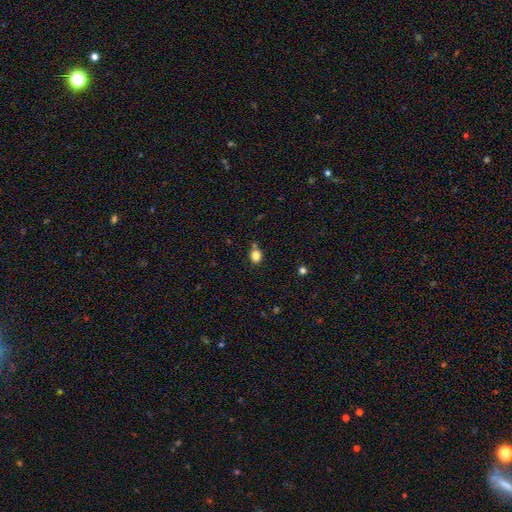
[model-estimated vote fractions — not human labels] A smooth galaxy with no disk features (82%) that is round (73%).

Vote fractions:
- Smooth or featured? smooth: 82% / star or artifact: 12% / featured or disk: 6%
- How rounded? round: 73% / in between: 26% / cigar-shaped: 1%
- Merging? none: 67% / minor disturbance: 20% / merger: 9% / major disturbance: 4%